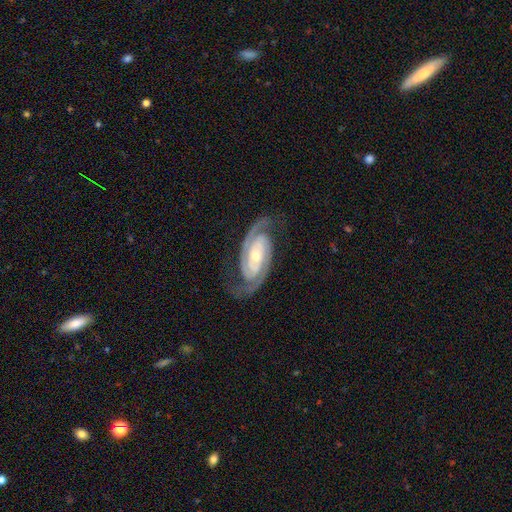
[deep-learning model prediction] Smooth or featured? featured or disk (93%)
Edge-on disk? no (97%)
Bar? no (51%)
Spiral arms? yes (98%)
Spiral winding? tight (60%)
Spiral arm count? 2 (92%)
Bulge size? small (51%)
Merging? none (80%)